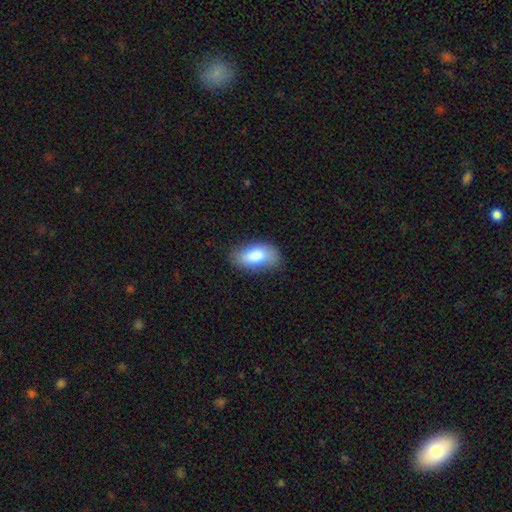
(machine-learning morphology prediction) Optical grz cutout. It shows a smooth galaxy with no disk features (85%) that is in between round and cigar-shaped (93%). Merging: none (79%).